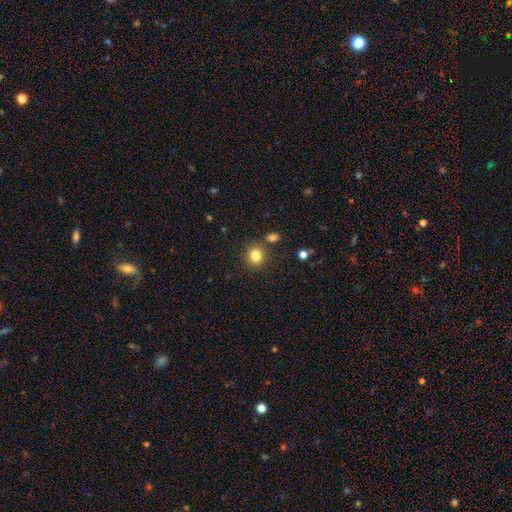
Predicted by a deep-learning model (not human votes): This is clearly a smooth galaxy (82%). How rounded: clearly round (82%). Merging: likely none (80%).